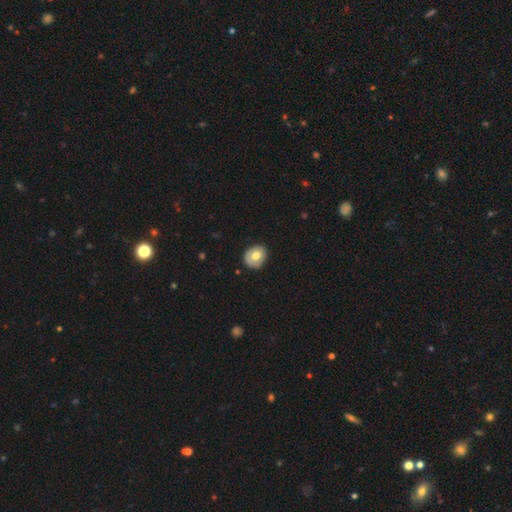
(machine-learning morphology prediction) Smooth or featured? smooth (64%)
How rounded? round (71%)
Merging? none (80%)